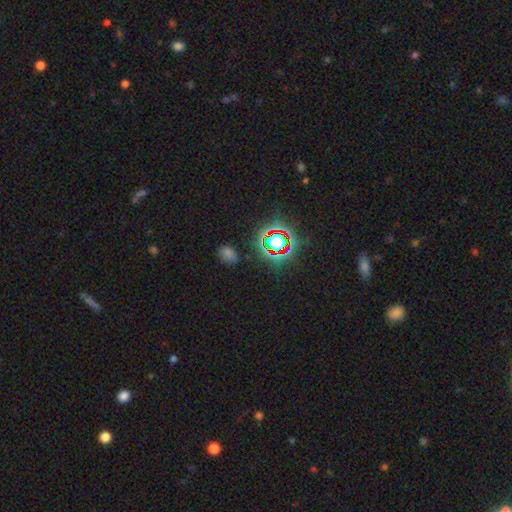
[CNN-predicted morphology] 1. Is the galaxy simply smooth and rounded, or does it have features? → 76% star or artifact, 16% smooth, 8% featured or disk.